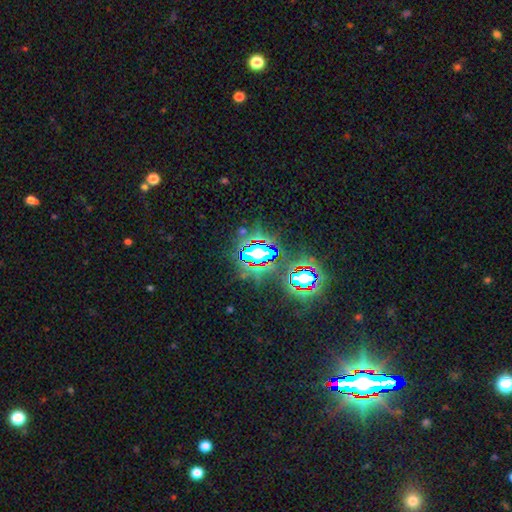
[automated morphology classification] Smooth or featured? Predicted: star or artifact (p=0.82).